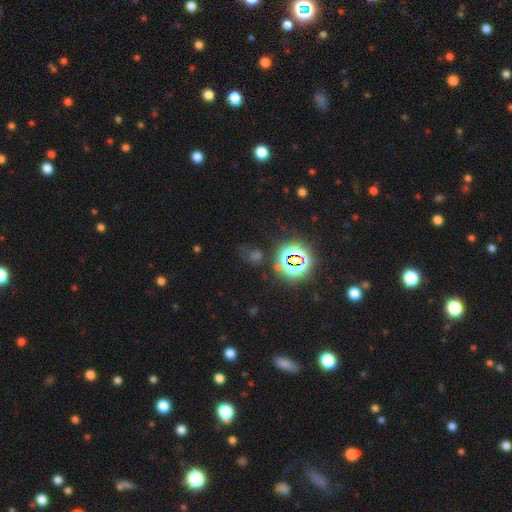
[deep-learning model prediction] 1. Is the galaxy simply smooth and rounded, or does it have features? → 64% star or artifact, 27% smooth, 9% featured or disk.